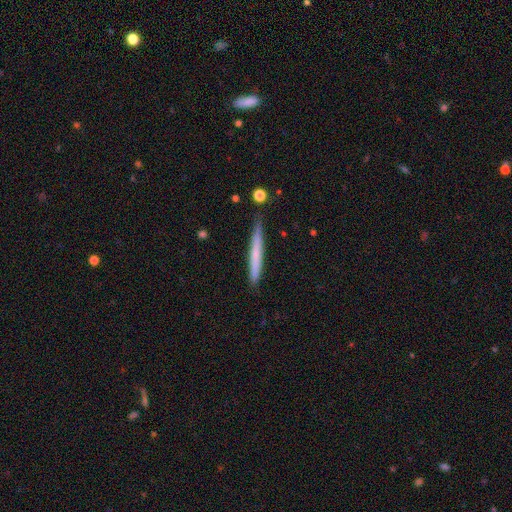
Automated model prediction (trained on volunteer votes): Morphology: type=smooth (60%); roundness=cigar-shaped (97%); merging=none (83%).